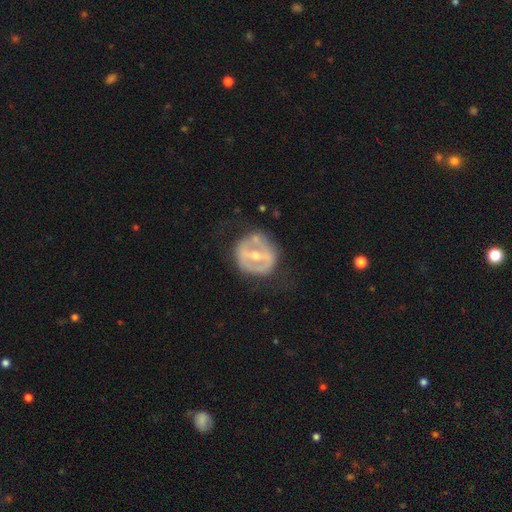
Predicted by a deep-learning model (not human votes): Smooth or featured: featured or disk — 72% (smooth — 21%)
Edge-on disk: no — 94% (yes — 6%)
Bar: strong — 57% (weak — 29%)
Spiral arms: no — 72% (yes — 28%)
Bulge size: moderate — 56% (small — 40%)
Merging: none — 64% (minor disturbance — 21%)